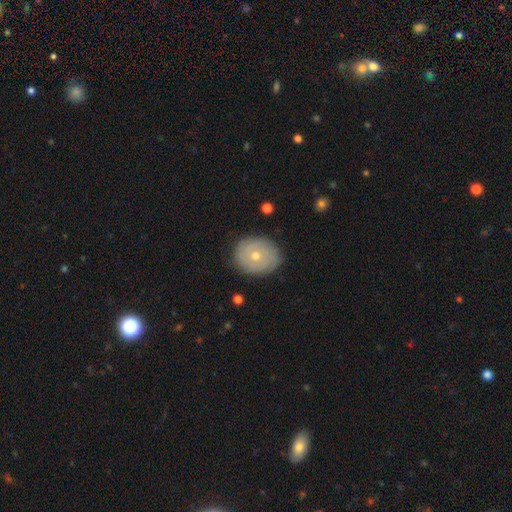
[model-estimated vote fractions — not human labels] The model was most divided on "bulge size": small: 49%, moderate: 48%, large: 1%, none: 1%, dominant: 1%. More confident: edge-on disk — no (96%); bar — no (85%); merging — none (83%); spiral arms — yes (62%); smooth or featured — featured or disk (56%).